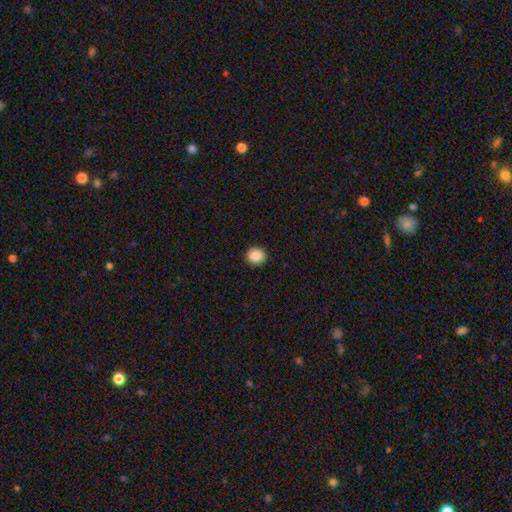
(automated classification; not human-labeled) A smooth galaxy with no disk features (88%) that is round (82%). Merging: none (92%).